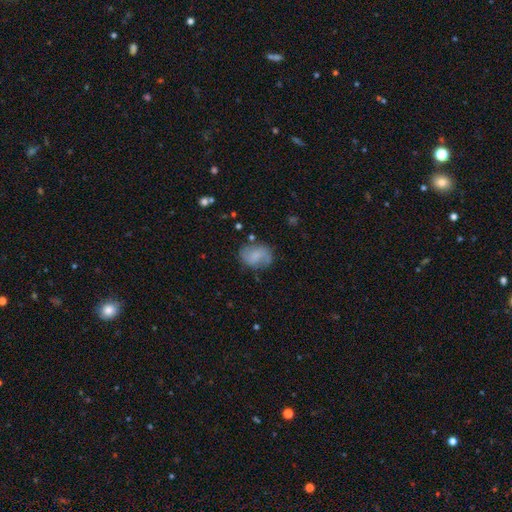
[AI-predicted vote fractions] Smooth or featured? smooth (55%)
How rounded? in between (62%)
Merging? none (61%)